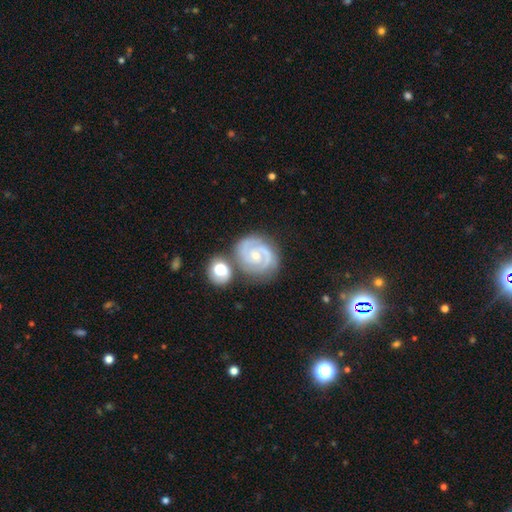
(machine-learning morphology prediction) smooth_or_featured: featured or disk (p=0.89) [alt: smooth p=0.06]
disk_edge_on: no (p=0.98) [alt: yes p=0.02]
bar: no (p=0.66) [alt: weak p=0.28]
has_spiral_arms: yes (p=0.98) [alt: no p=0.02]
spiral_winding: tight (p=0.67) [alt: medium p=0.29]
spiral_arm_count: 2 (p=0.76) [alt: 3 p=0.12]
bulge_size: small (p=0.55) [alt: moderate p=0.41]
merging: none (p=0.68) [alt: minor disturbance p=0.17]